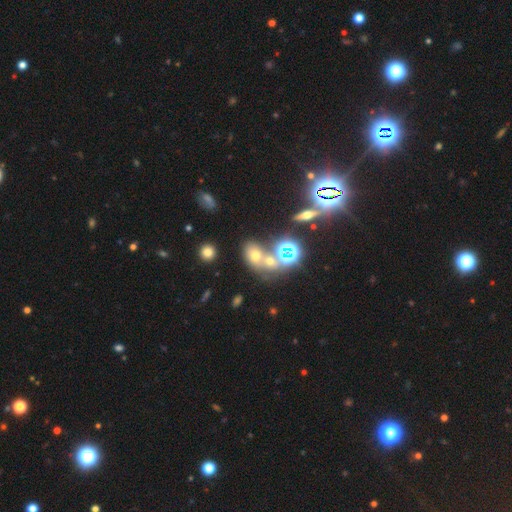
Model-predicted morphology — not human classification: This appears to be a smooth galaxy with no disk features (53%) that is in between round and cigar-shaped (55%). Merging: merger (43%).